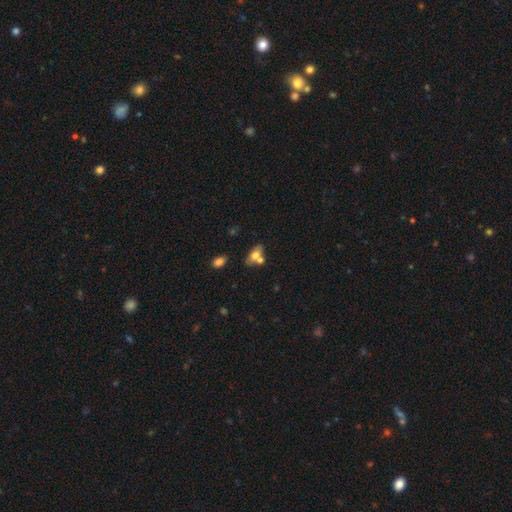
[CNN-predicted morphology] Smooth or featured? Predicted: smooth (p=0.67). How rounded? Predicted: in between (p=0.82). Merging? Predicted: none (p=0.41, tied with merger).